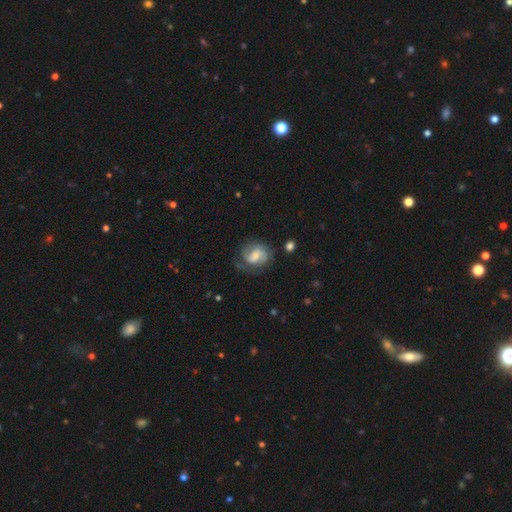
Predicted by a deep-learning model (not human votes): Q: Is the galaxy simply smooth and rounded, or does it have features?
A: featured or disk — 61%.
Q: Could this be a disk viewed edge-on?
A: no — 98%.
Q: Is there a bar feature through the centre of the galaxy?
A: weak — 50%.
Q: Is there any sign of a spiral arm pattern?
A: yes — 89%.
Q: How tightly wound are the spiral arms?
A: medium — 44%.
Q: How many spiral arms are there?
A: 2 — 63%.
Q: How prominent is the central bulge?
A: moderate — 37%.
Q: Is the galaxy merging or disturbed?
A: none — 59%.